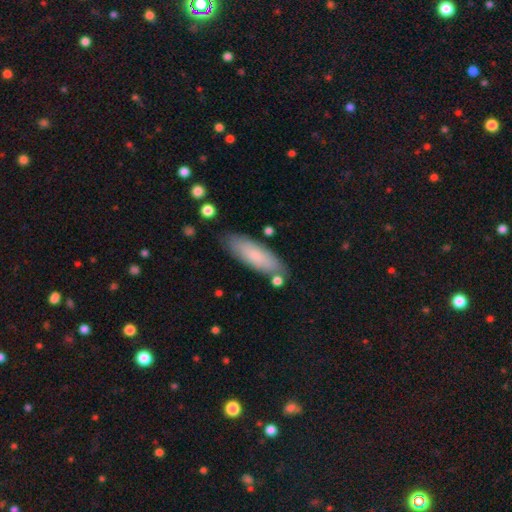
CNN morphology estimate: Overall: smooth (78%). How rounded: in between (59%; cigar-shaped 39%). Merging: none (79%).